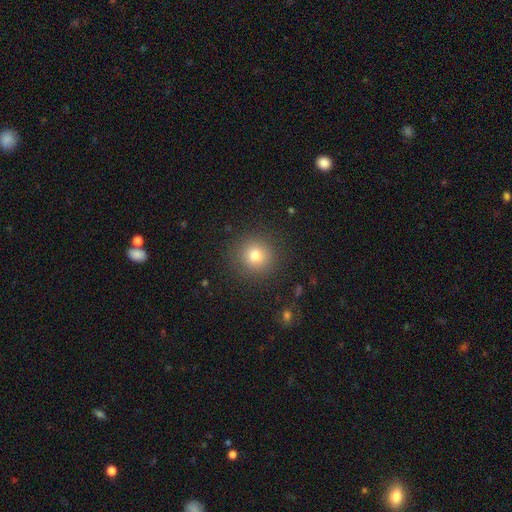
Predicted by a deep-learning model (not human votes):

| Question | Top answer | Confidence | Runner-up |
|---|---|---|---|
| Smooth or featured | smooth | 77% | star or artifact (14%) |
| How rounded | round | 93% | in between (6%) |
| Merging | none | 89% | minor disturbance (7%) |